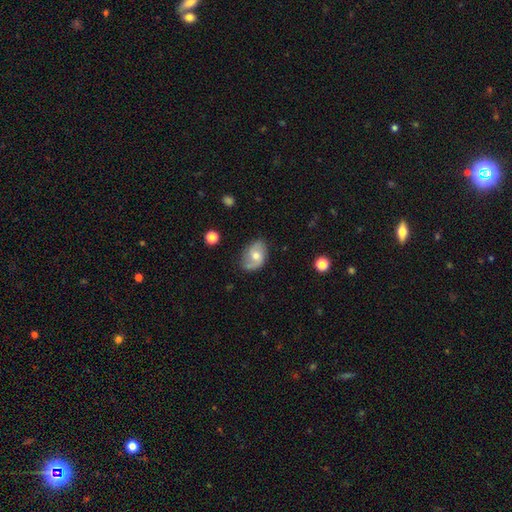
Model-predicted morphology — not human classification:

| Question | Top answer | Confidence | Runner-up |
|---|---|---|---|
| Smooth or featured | featured or disk | 57% | smooth (35%) |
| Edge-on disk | no | 96% | yes (4%) |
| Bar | no | 62% | weak (33%) |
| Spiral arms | yes | 86% | no (14%) |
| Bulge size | moderate | 65% | small (27%) |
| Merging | none | 68% | minor disturbance (23%) |